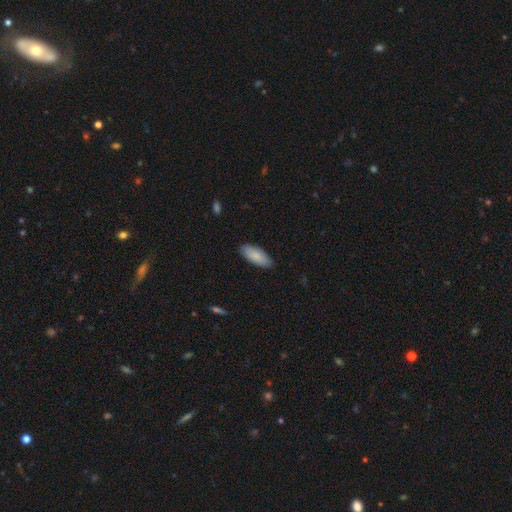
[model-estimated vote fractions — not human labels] Morphology: type=smooth (87%); roundness=in between (81%); merging=none (87%).